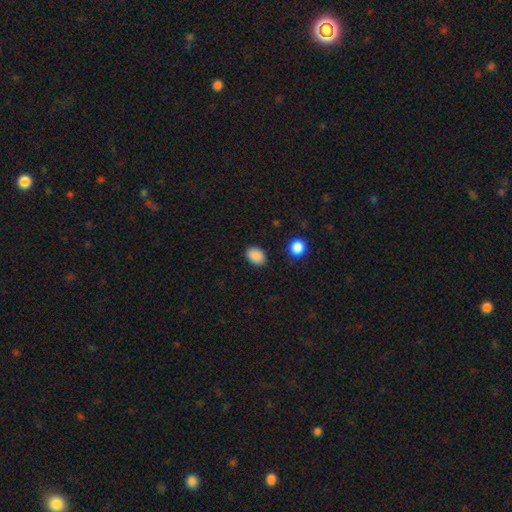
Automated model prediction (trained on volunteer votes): A smooth galaxy with no disk features (88%) that is in between round and cigar-shaped (72%). Merging: none (85%).